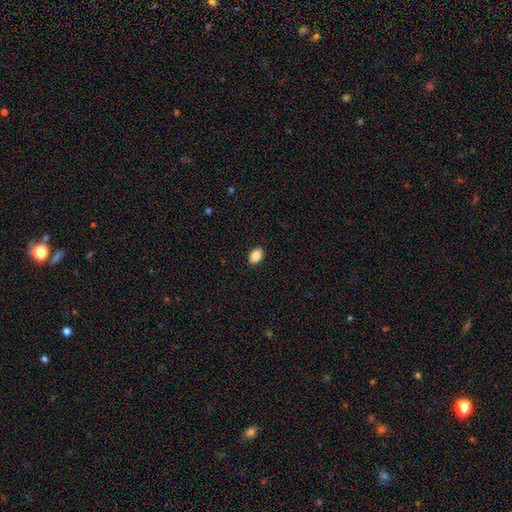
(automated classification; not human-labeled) Smooth or featured? Predicted: smooth (p=0.88). How rounded? Predicted: in between (p=0.87). Merging? Predicted: none (p=0.90).